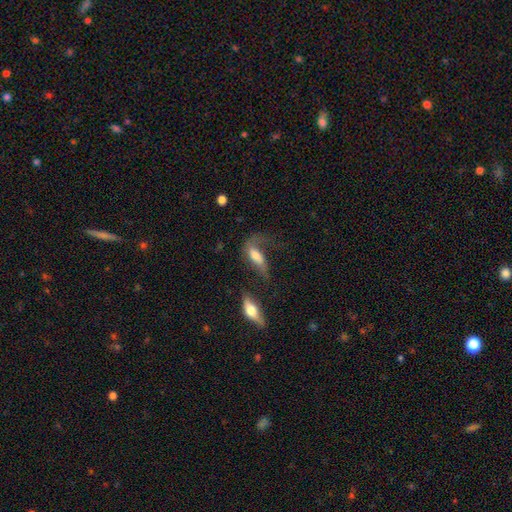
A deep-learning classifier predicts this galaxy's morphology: A featured or disk galaxy (45%, tied with smooth). Merging: major disturbance (48%).